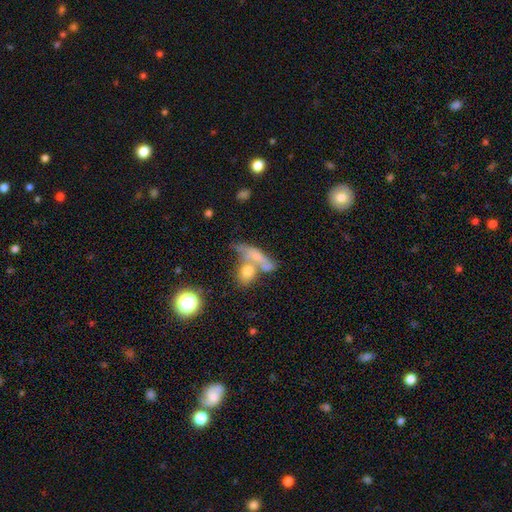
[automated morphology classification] Smooth or featured: smooth — 58% (featured or disk — 31%)
How rounded: in between — 53% (cigar-shaped — 32%)
Merging: merger — 51% (none — 26%)